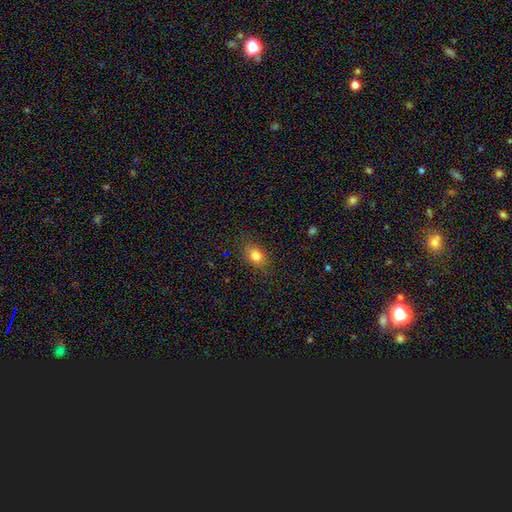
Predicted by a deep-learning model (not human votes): Morphology: type=smooth (80%); roundness=in between (67%); merging=none (83%).